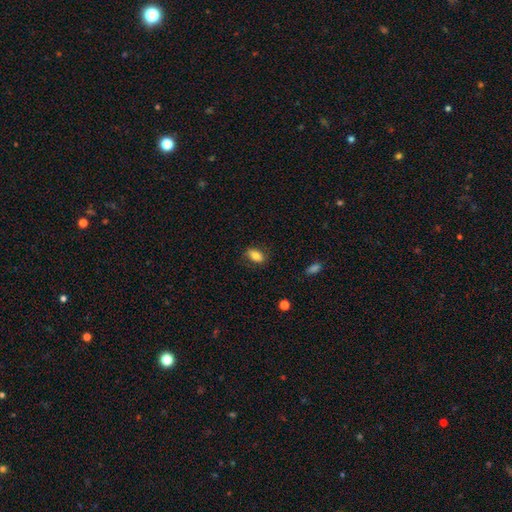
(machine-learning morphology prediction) A smooth galaxy with no disk features (80%) that is in between round and cigar-shaped (88%).

Vote fractions:
- Smooth or featured? smooth: 80% / featured or disk: 12% / star or artifact: 8%
- How rounded? in between: 88% / round: 9% / cigar-shaped: 4%
- Merging? none: 79% / minor disturbance: 16% / major disturbance: 4% / merger: 1%